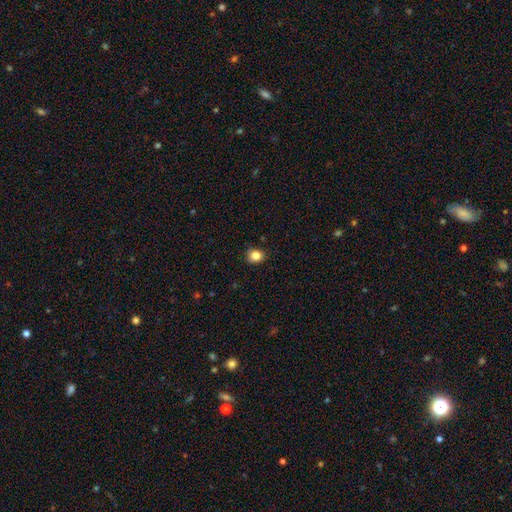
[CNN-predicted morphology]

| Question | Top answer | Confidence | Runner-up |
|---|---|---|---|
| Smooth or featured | smooth | 83% | star or artifact (11%) |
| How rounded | round | 66% | in between (33%) |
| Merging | none | 85% | minor disturbance (12%) |